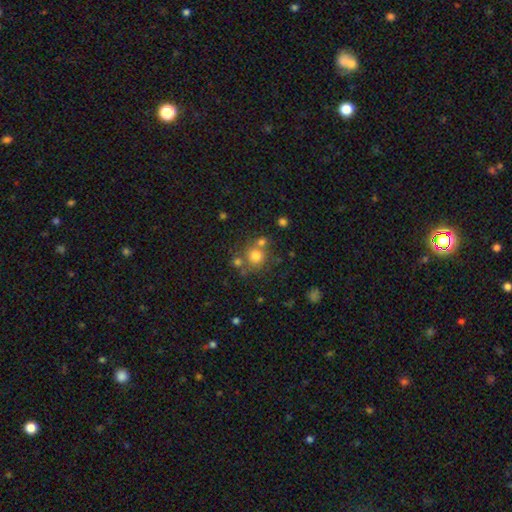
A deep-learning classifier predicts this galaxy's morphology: This appears to be a smooth galaxy with no disk features (74%) that is round (90%). Merging: none (62%).